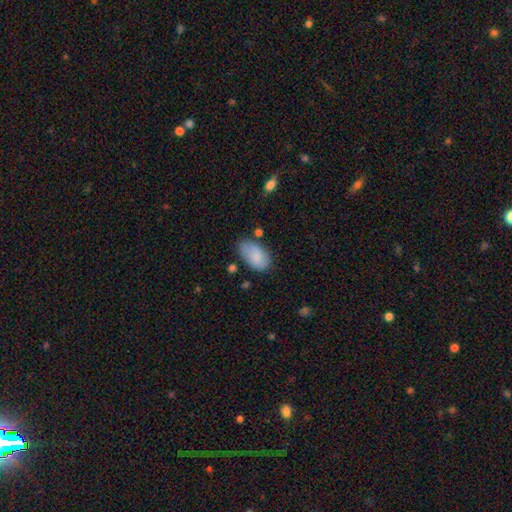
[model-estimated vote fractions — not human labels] smooth_or_featured: smooth (p=0.83) [alt: featured or disk p=0.11]
how_rounded: in between (p=0.94) [alt: round p=0.04]
merging: none (p=0.64) [alt: minor disturbance p=0.25]